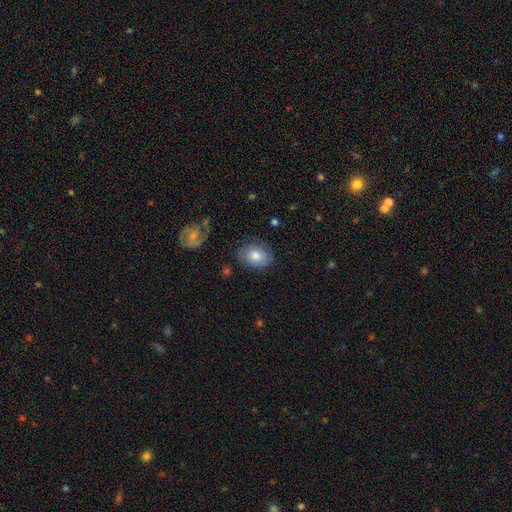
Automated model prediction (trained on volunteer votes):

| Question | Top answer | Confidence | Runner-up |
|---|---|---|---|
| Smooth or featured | smooth | 71% | featured or disk (21%) |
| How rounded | in between | 65% | round (34%) |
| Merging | none | 77% | minor disturbance (16%) |